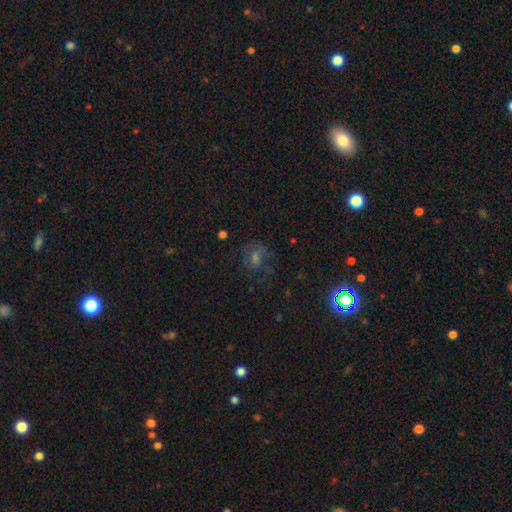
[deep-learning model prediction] The model was most divided on "smooth or featured": star or artifact: 37%, smooth: 32%, featured or disk: 31%.